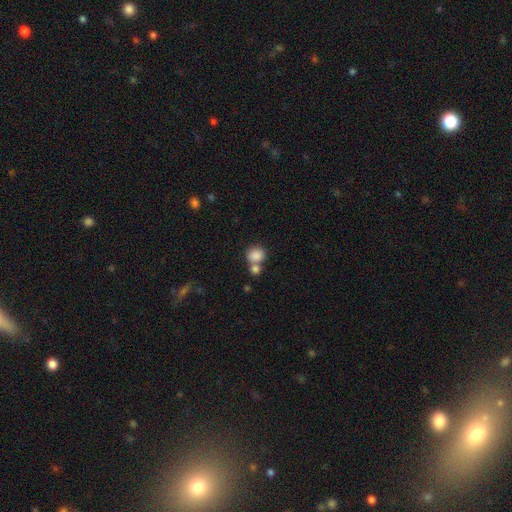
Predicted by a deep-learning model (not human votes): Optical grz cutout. It shows a smooth galaxy with no disk features (84%) that is round (76%). Merging: none (45%).